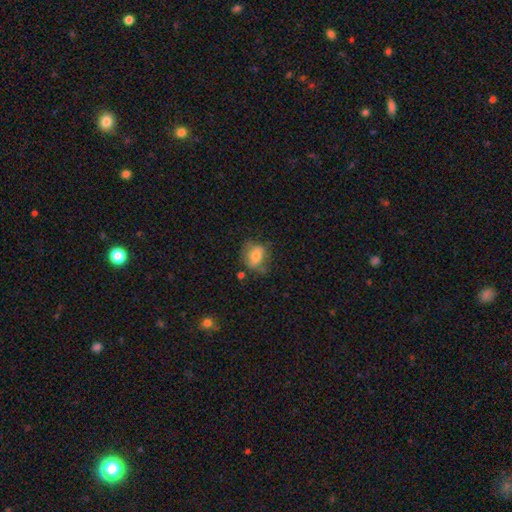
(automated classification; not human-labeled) Smooth or featured? smooth (70%)
How rounded? in between (60%)
Merging? none (60%)